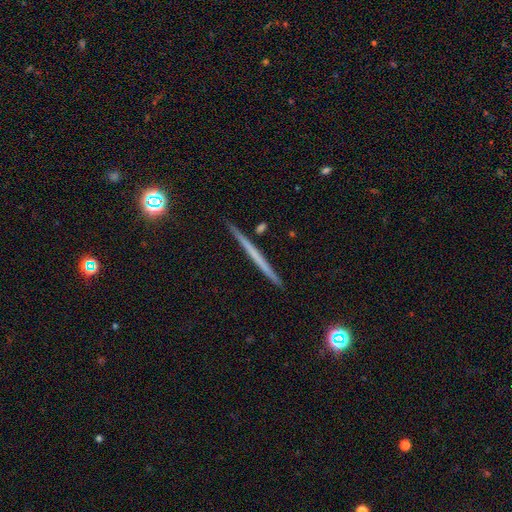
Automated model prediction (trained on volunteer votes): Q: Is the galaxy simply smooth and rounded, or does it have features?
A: featured or disk — 54%.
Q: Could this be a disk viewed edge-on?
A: yes — 97%.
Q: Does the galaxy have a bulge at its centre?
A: none — 92%.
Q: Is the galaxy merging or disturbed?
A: none — 92%.